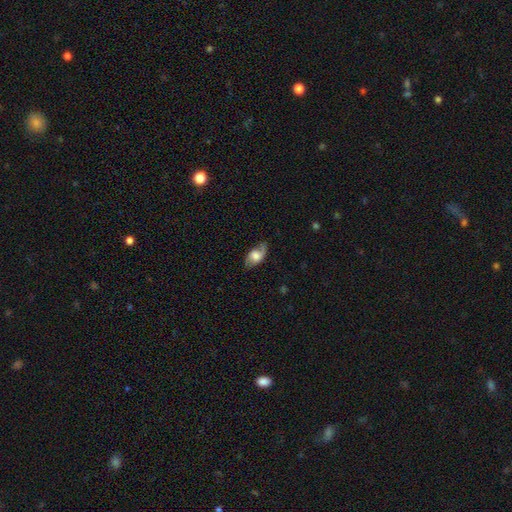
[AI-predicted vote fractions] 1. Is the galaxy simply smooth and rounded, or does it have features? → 48% smooth, 44% featured or disk, 8% star or artifact.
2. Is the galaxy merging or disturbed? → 68% none, 23% minor disturbance, 8% major disturbance, 1% merger.